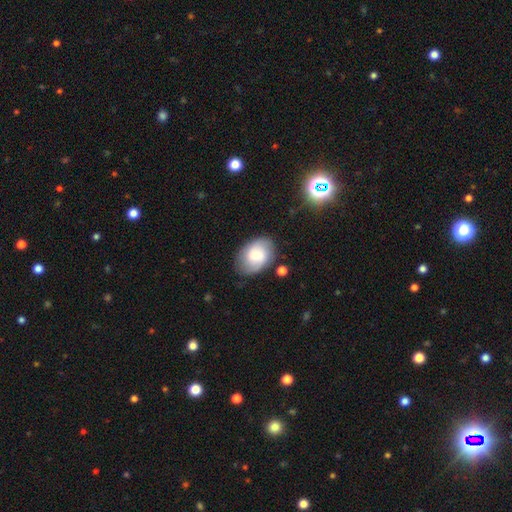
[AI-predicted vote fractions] This is possibly a smooth galaxy (57%). How rounded: likely in between (77%). Merging: likely none (75%).